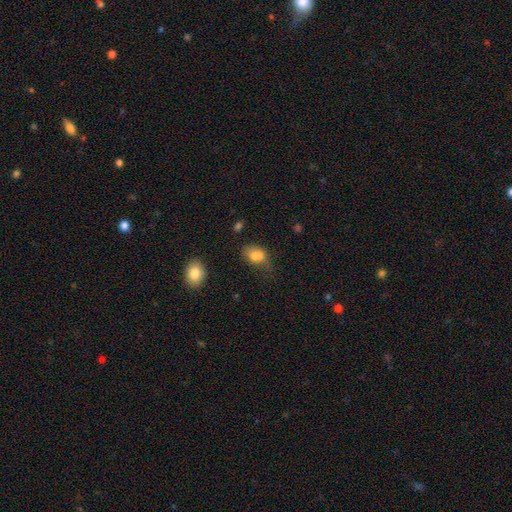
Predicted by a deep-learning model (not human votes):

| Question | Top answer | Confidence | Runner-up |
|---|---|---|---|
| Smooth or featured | smooth | 75% | featured or disk (14%) |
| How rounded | in between | 70% | round (29%) |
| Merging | none | 36% | minor disturbance (28%) |